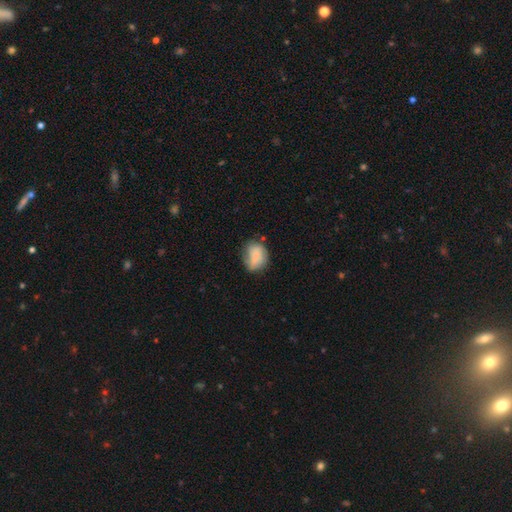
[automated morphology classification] smooth 71%, featured or disk 21%, star or artifact 8%. Down the decision tree: how rounded — in between (57%); merging — none (47%).